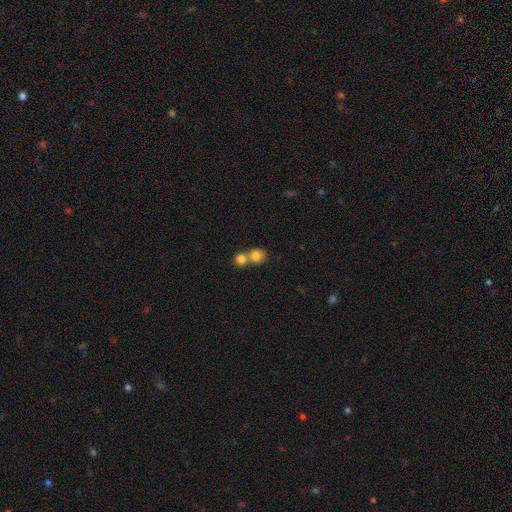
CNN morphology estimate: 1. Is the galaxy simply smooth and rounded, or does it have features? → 81% smooth, 10% star or artifact, 9% featured or disk.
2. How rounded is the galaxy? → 78% round, 20% in between, 1% cigar-shaped.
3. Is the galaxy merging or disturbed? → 53% merger, 38% none, 6% minor disturbance, 3% major disturbance.